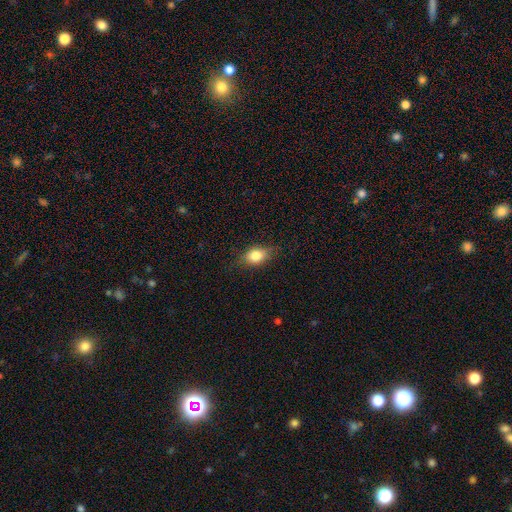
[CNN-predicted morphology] A smooth galaxy with no disk features (77%) that is in between round and cigar-shaped (70%).

Vote fractions:
- Smooth or featured? smooth: 77% / featured or disk: 13% / star or artifact: 10%
- How rounded? in between: 70% / round: 26% / cigar-shaped: 4%
- Merging? none: 77% / minor disturbance: 18% / major disturbance: 4% / merger: 1%